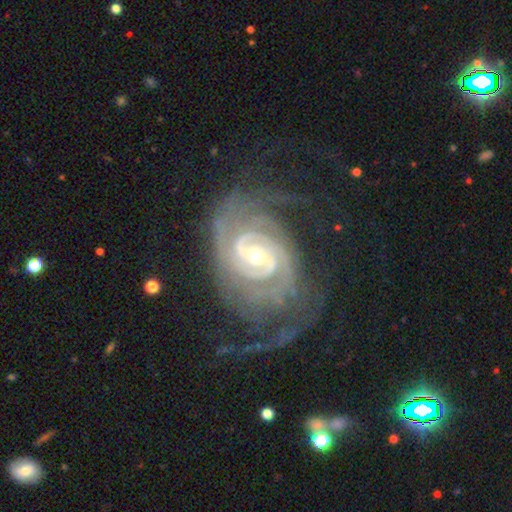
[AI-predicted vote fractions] Smooth or featured?
  - featured or disk: 92% *
  - star or artifact: 5%
  - smooth: 3%
Edge-on disk?
  - no: 97% *
  - yes: 3%
Bar?
  - weak: 43% *
  - no: 31%
  - strong: 25%
Spiral arms?
  - yes: 98% *
  - no: 2%
Spiral winding?
  - tight: 70% *
  - medium: 25%
  - loose: 5%
Spiral arm count?
  - 2: 39% *
  - can't tell: 19%
  - 3: 18%
  - 4: 11%
  - more than 4: 7%
  - 1: 7%
Bulge size?
  - moderate: 51% *
  - small: 44%
  - large: 3%
  - none: 1%
  - dominant: 1%
Merging?
  - none: 58% *
  - major disturbance: 21%
  - minor disturbance: 19%
  - merger: 2%